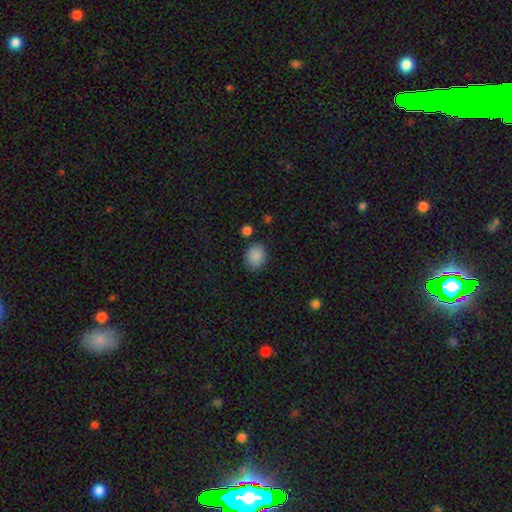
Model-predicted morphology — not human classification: type=smooth (88%); roundness=round (52%); merging=none (82%).